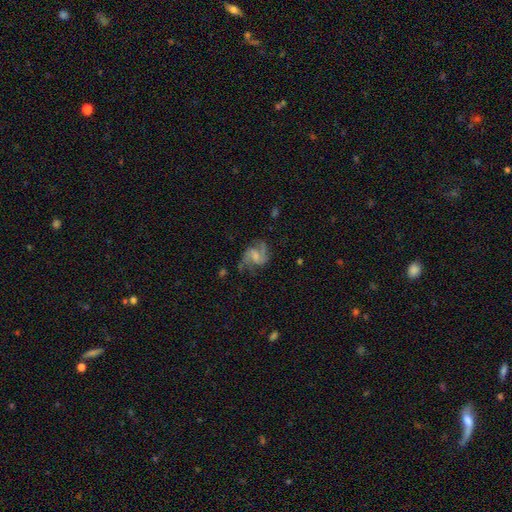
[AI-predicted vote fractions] Smooth or featured?
  - featured or disk: 81% *
  - smooth: 12%
  - star or artifact: 7%
Edge-on disk?
  - no: 98% *
  - yes: 2%
Bar?
  - weak: 53% *
  - no: 31%
  - strong: 16%
Spiral arms?
  - yes: 95% *
  - no: 5%
Spiral winding?
  - medium: 51% *
  - loose: 36%
  - tight: 14%
Spiral arm count?
  - 2: 77% *
  - 3: 10%
  - can't tell: 6%
  - 1: 3%
  - 4: 2%
  - more than 4: 2%
Bulge size?
  - small: 41% *
  - moderate: 28%
  - none: 26%
  - large: 4%
  - dominant: 1%
Merging?
  - none: 60% *
  - minor disturbance: 20%
  - major disturbance: 17%
  - merger: 2%